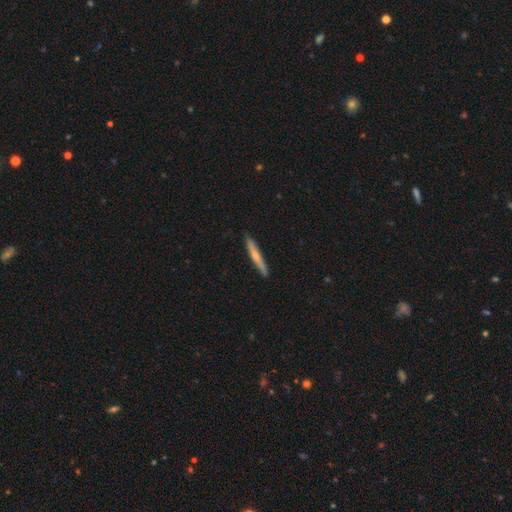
Morphology: type=smooth (45%, tied with featured or disk); roundness=cigar-shaped (94%); merging=none (94%).